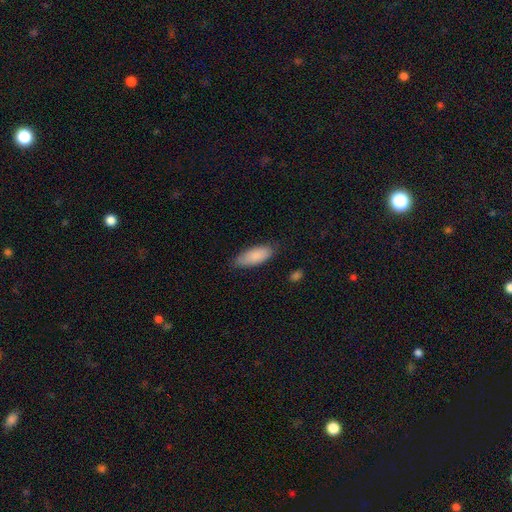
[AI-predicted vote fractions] smooth_or_featured: smooth (p=0.87) [alt: featured or disk p=0.07]
how_rounded: in between (p=0.78) [alt: cigar-shaped p=0.21]
merging: none (p=0.77) [alt: minor disturbance p=0.19]